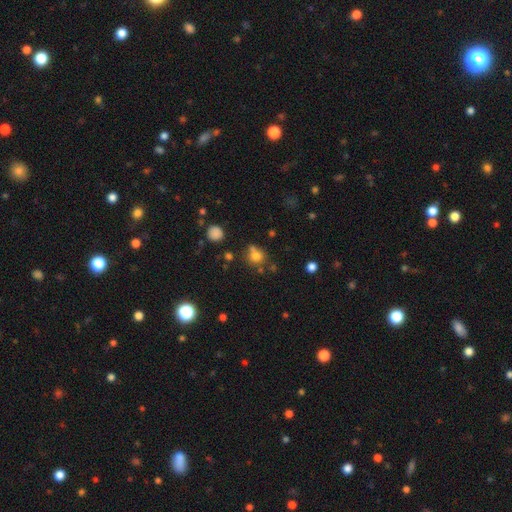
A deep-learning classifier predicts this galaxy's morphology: smooth-or-featured: smooth: 74% | star or artifact: 17% | featured or disk: 10%
  how-rounded: round: 81% | in between: 18% | cigar-shaped: 1%
  merging: none: 59% | merger: 20% | minor disturbance: 15% | major disturbance: 6%